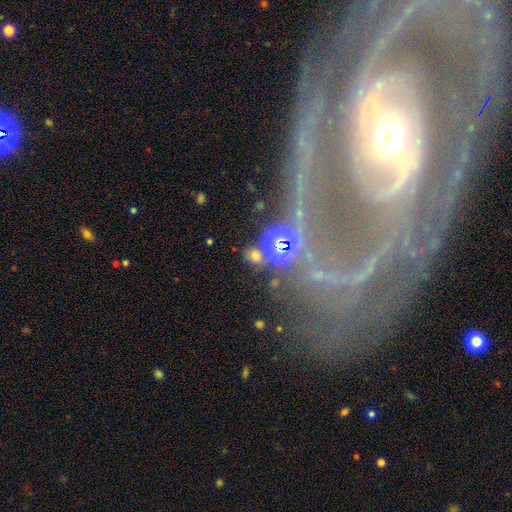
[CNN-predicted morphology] A smooth galaxy with no disk features (50%).

Vote fractions:
- Smooth or featured? smooth: 50% / star or artifact: 38% / featured or disk: 12%
- Merging? none: 71% / minor disturbance: 12% / merger: 10% / major disturbance: 7%